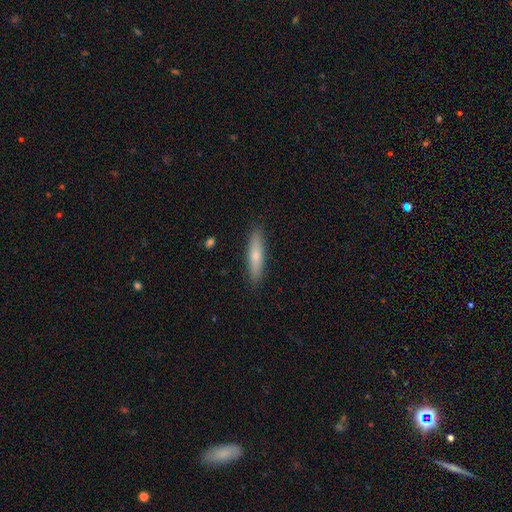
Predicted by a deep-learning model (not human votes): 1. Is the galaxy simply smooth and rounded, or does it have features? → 65% smooth, 29% featured or disk, 6% star or artifact.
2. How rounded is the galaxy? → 84% cigar-shaped, 15% in between, 2% round.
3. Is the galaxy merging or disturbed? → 89% none, 8% minor disturbance, 2% major disturbance, 1% merger.